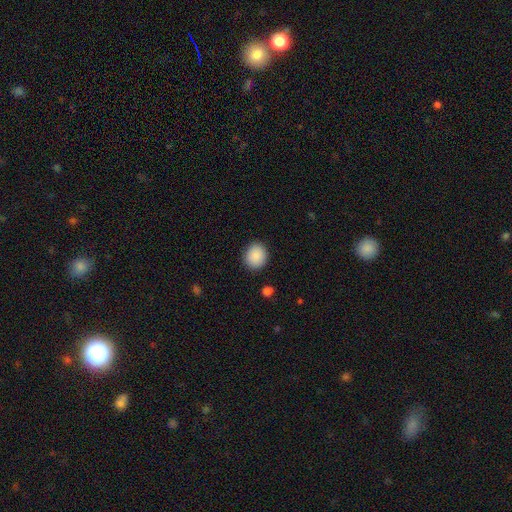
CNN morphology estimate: Smooth or featured? Predicted: smooth (p=0.89). How rounded? Predicted: round (p=0.72). Merging? Predicted: none (p=0.89).